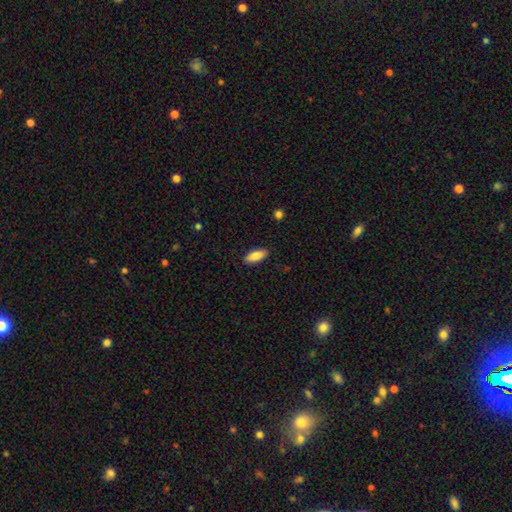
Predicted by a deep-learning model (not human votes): This appears to be a smooth galaxy with no disk features (87%) that is in between round and cigar-shaped (77%). Merging: none (89%).